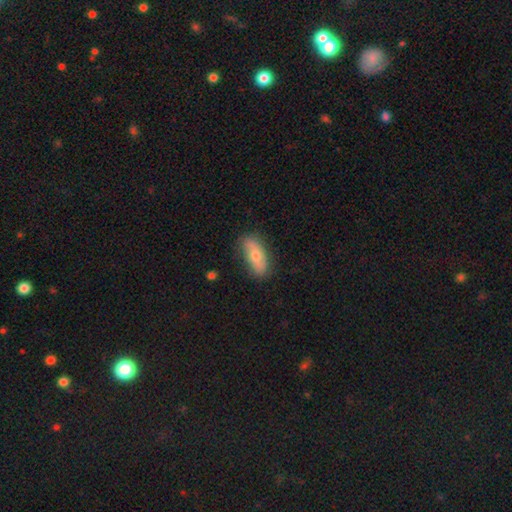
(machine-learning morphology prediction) type=smooth (63%); roundness=in between (73%); merging=none (80%).